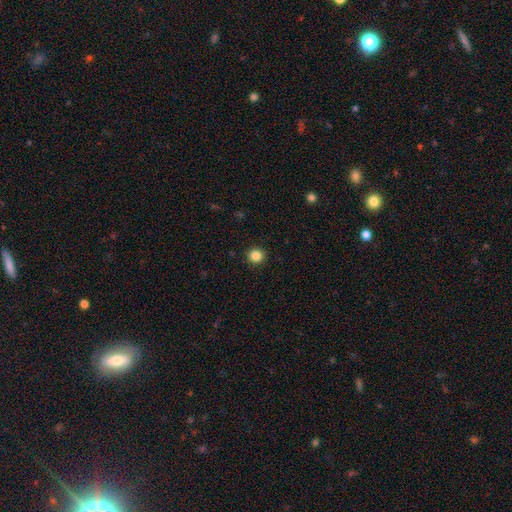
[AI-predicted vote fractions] Smooth or featured?
  - smooth: 85% *
  - star or artifact: 11%
  - featured or disk: 4%
How rounded?
  - round: 95% *
  - in between: 5%
  - cigar-shaped: 1%
Merging?
  - none: 93% *
  - minor disturbance: 4%
  - major disturbance: 2%
  - merger: 1%